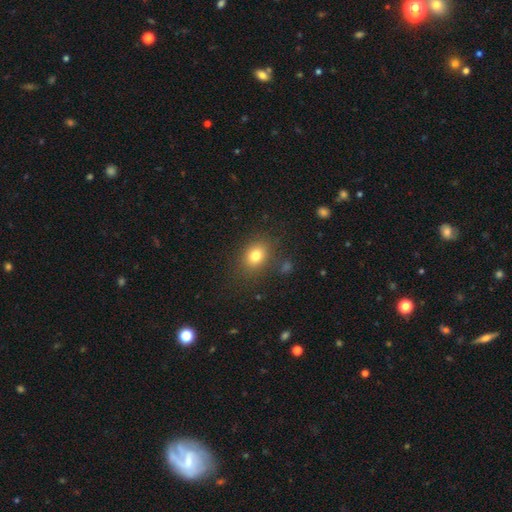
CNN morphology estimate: A smooth galaxy with no disk features (78%) that is in between round and cigar-shaped (54%).

Vote fractions:
- Smooth or featured? smooth: 78% / star or artifact: 13% / featured or disk: 10%
- How rounded? in between: 54% / round: 45% / cigar-shaped: 1%
- Merging? none: 81% / minor disturbance: 12% / major disturbance: 5% / merger: 3%